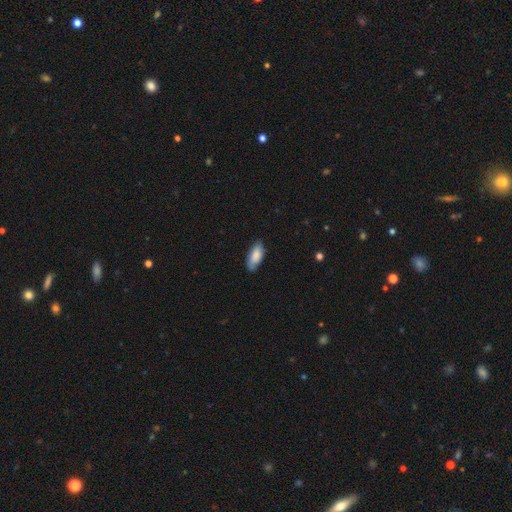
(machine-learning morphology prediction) smooth_or_featured: smooth (p=0.81) [alt: featured or disk p=0.12]
how_rounded: in between (p=0.83) [alt: cigar-shaped p=0.15]
merging: none (p=0.76) [alt: minor disturbance p=0.20]